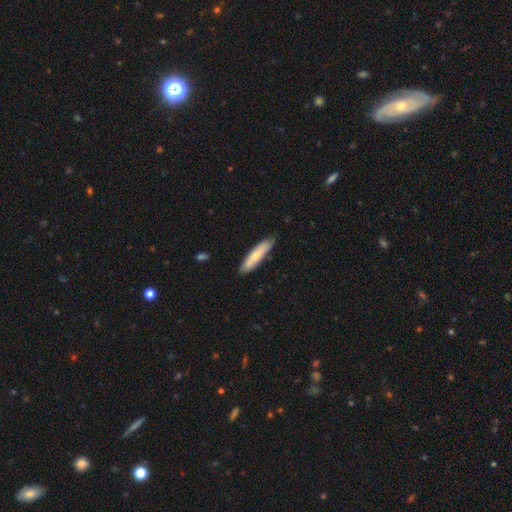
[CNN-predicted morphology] Smooth or featured?
  - smooth: 65% *
  - featured or disk: 29%
  - star or artifact: 5%
How rounded?
  - cigar-shaped: 78% *
  - in between: 21%
  - round: 2%
Merging?
  - none: 79% *
  - minor disturbance: 17%
  - major disturbance: 2%
  - merger: 2%